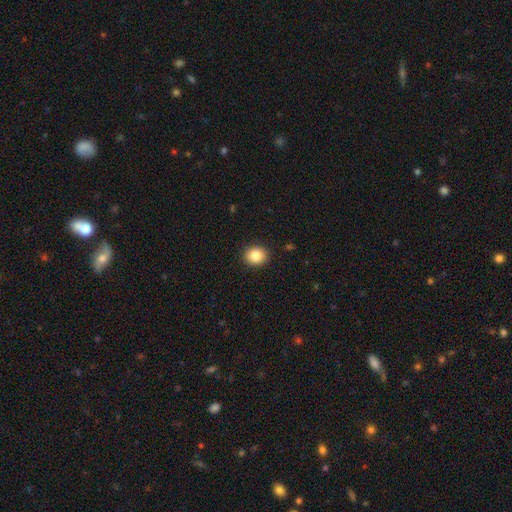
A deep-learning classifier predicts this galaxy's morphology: The model was most divided on "how rounded": round: 69%, in between: 30%, cigar-shaped: 1%. More confident: merging — none (90%); smooth or featured — smooth (84%).